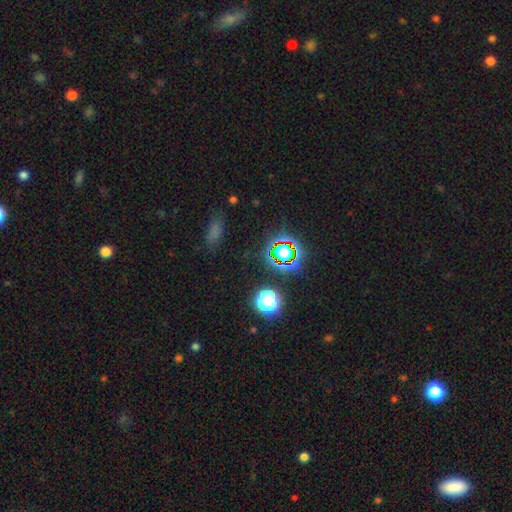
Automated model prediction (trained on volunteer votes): star or artifact 67%, smooth 24%, featured or disk 9%.